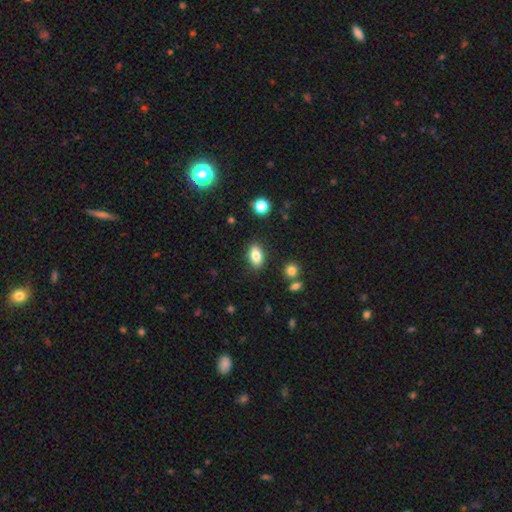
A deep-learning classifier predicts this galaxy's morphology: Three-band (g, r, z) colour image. It shows a smooth galaxy with no disk features (83%) that is in between round and cigar-shaped (87%). Merging: none (86%).